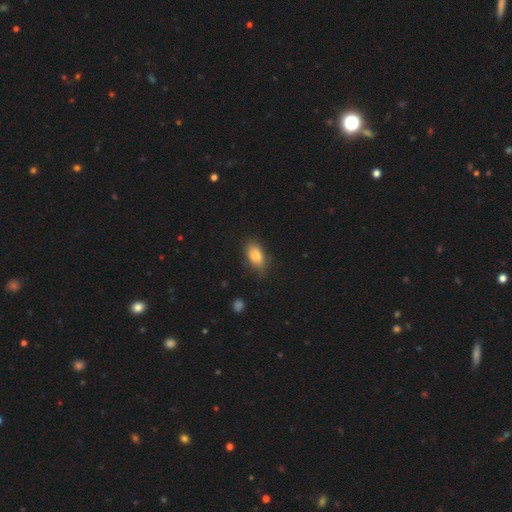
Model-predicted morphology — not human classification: Smooth or featured?
  - smooth: 85% *
  - featured or disk: 8%
  - star or artifact: 7%
How rounded?
  - in between: 89% *
  - round: 6%
  - cigar-shaped: 5%
Merging?
  - none: 71% *
  - minor disturbance: 22%
  - major disturbance: 5%
  - merger: 1%